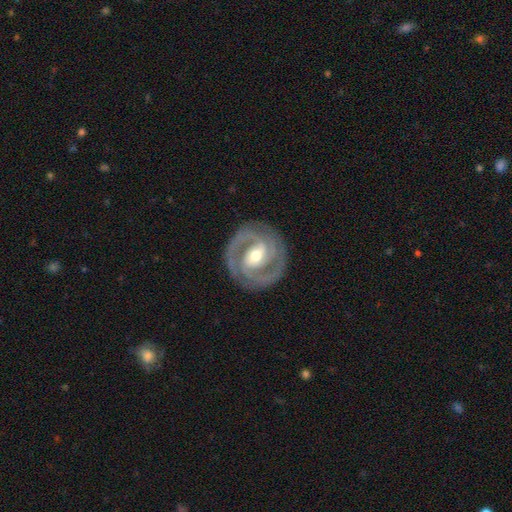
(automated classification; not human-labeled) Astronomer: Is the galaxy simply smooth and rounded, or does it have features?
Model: featured or disk — 91%.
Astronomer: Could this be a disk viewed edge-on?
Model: no — 98%.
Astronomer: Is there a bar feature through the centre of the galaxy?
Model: weak — 43% (runner-up: strong, 33%).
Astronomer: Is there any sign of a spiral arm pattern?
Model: yes — 98%.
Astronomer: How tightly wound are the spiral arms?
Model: tight — 62%.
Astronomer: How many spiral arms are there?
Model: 2 — 73%.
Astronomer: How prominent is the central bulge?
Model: moderate — 67%.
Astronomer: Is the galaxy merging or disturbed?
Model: none — 86%.